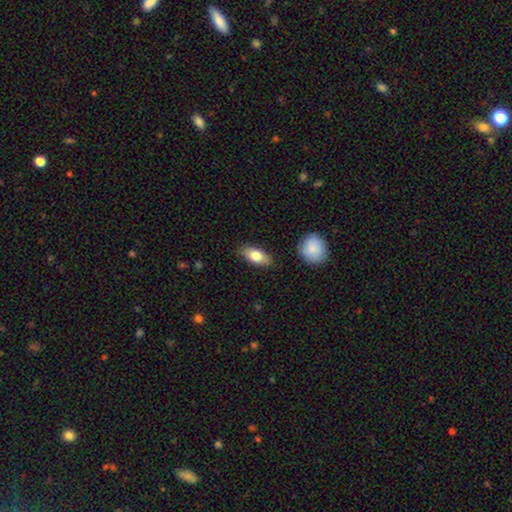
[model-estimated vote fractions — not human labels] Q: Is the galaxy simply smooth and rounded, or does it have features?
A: smooth — 77%.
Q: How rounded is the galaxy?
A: in between — 85%.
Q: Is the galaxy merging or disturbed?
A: none — 85%.